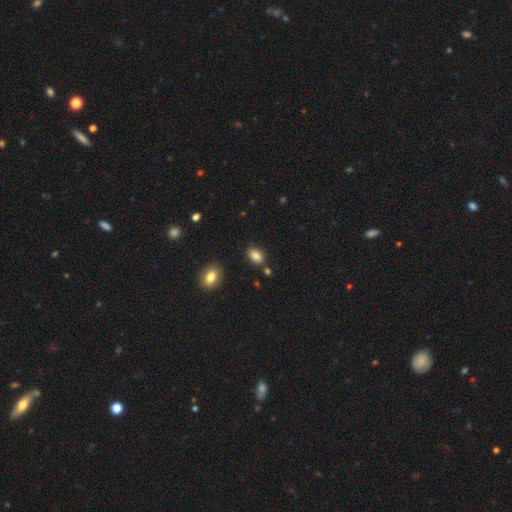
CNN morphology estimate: Q: Smooth or featured?
A: smooth (84%); runner-up: star or artifact (9%)
Q: How rounded?
A: in between (87%); runner-up: round (11%)
Q: Merging?
A: none (82%); runner-up: minor disturbance (11%)